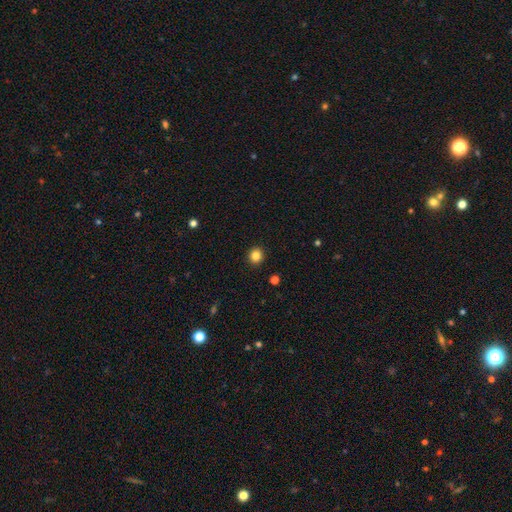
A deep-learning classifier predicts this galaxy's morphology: A smooth galaxy with no disk features (85%) that is round (88%). Merging: none (92%).